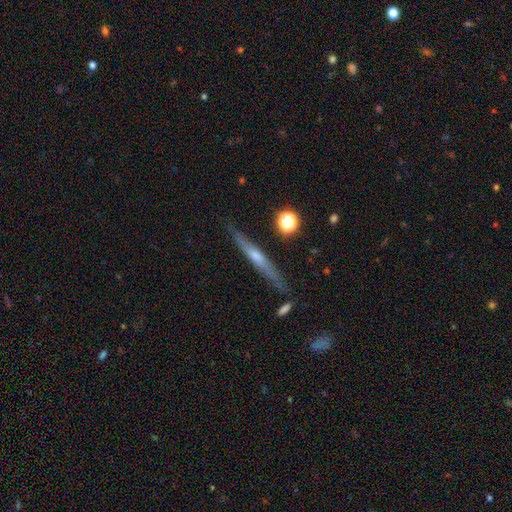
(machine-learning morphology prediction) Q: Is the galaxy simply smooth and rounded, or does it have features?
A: featured or disk — 66%.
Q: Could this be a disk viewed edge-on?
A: yes — 96%.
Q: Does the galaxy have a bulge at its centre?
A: rounded — 62%.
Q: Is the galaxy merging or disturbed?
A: none — 83%.